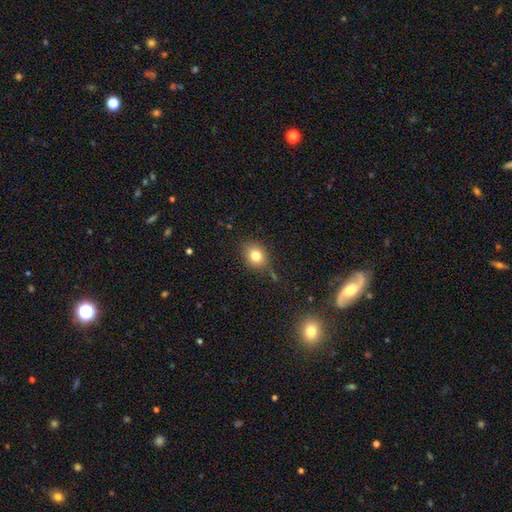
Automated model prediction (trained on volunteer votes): Smooth or featured? smooth (79%)
How rounded? round (53%)
Merging? none (79%)